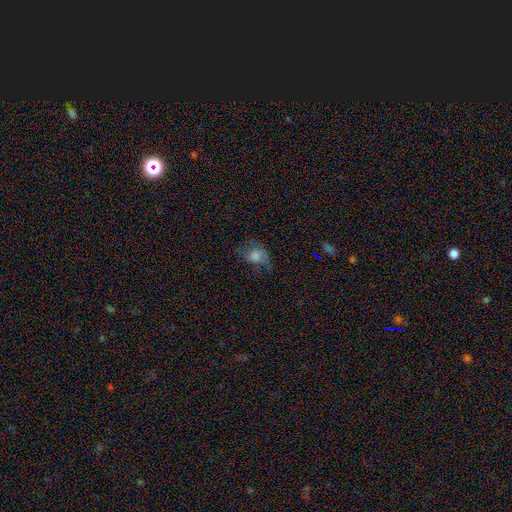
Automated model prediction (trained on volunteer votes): This is possibly a smooth galaxy (54%). How rounded: possibly in between (53%). Merging: marginally none (44%).